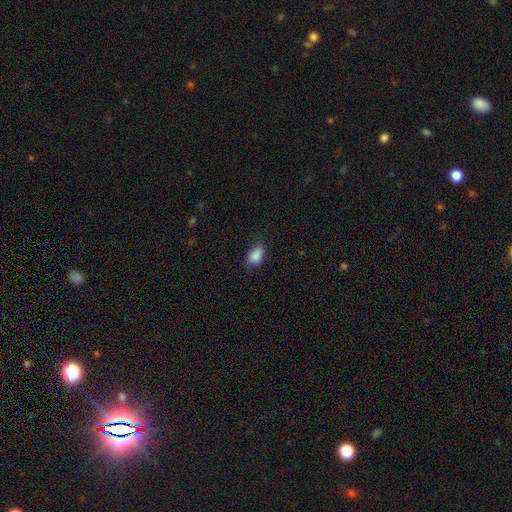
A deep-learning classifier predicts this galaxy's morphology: This appears to be a smooth galaxy with no disk features (86%) that is in between round and cigar-shaped (79%). Merging: none (62%).